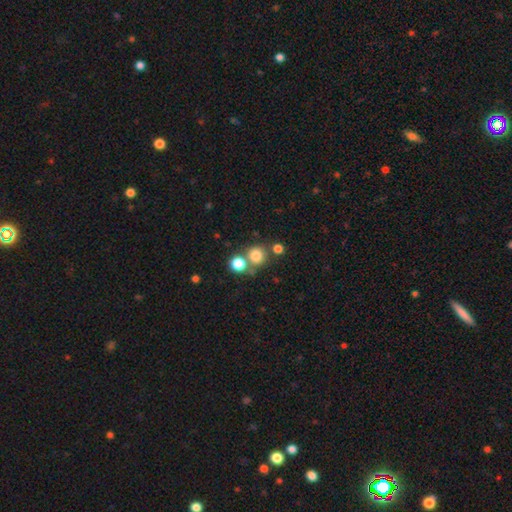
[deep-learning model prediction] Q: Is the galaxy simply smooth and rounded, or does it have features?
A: smooth — 78%.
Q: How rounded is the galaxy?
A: round — 88%.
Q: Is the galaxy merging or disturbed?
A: none — 64%.